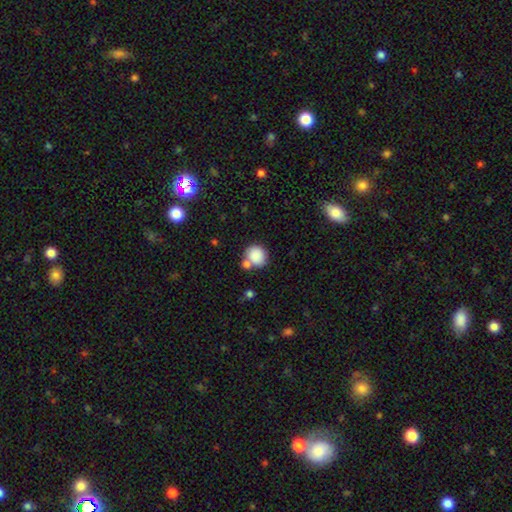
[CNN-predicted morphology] Smooth or featured? Predicted: smooth (p=0.86). How rounded? Predicted: round (p=0.85). Merging? Predicted: none (p=0.60).